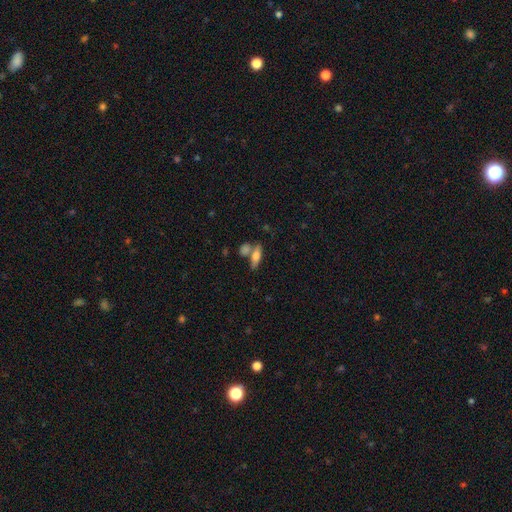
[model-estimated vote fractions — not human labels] This appears to be a smooth galaxy with no disk features (65%) that is in between round and cigar-shaped (58%). Merging: none (57%).